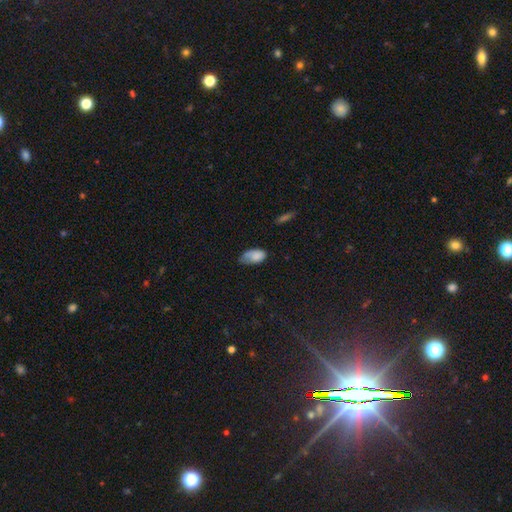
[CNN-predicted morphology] A smooth galaxy with no disk features (80%) that is in between round and cigar-shaped (93%). Merging: none (42%).